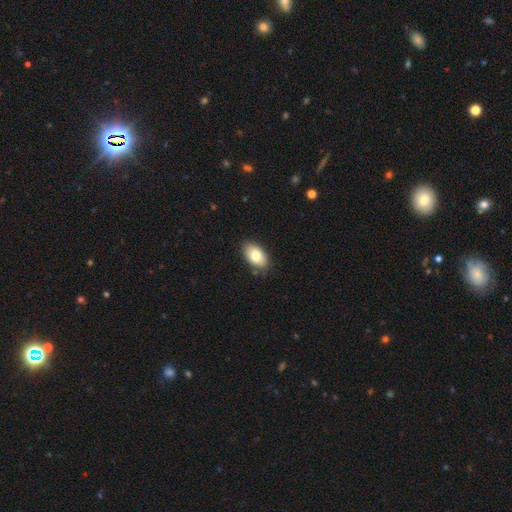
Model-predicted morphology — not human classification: type=smooth (80%); roundness=in between (93%); merging=none (84%).